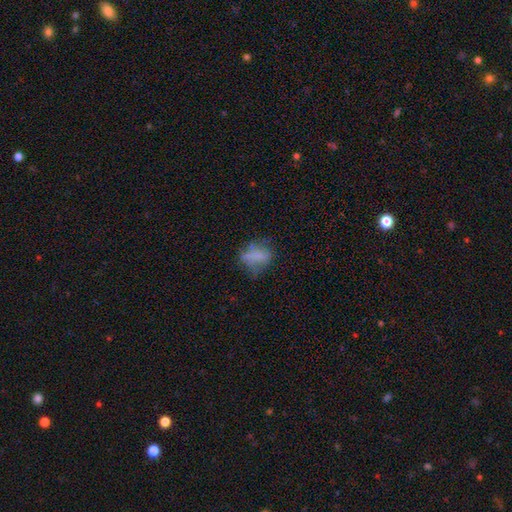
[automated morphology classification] Smooth or featured: smooth — 61% (featured or disk — 25%)
How rounded: in between — 65% (round — 30%)
Merging: none — 44% (minor disturbance — 28%)